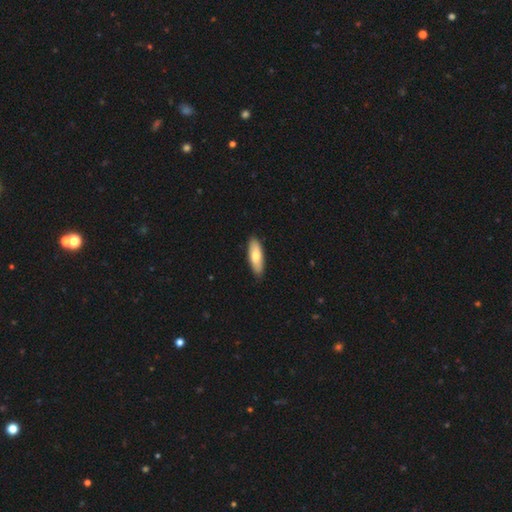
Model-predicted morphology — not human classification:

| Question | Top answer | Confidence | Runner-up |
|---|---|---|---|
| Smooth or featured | smooth | 76% | featured or disk (19%) |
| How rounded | in between | 62% | cigar-shaped (36%) |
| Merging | none | 88% | minor disturbance (9%) |